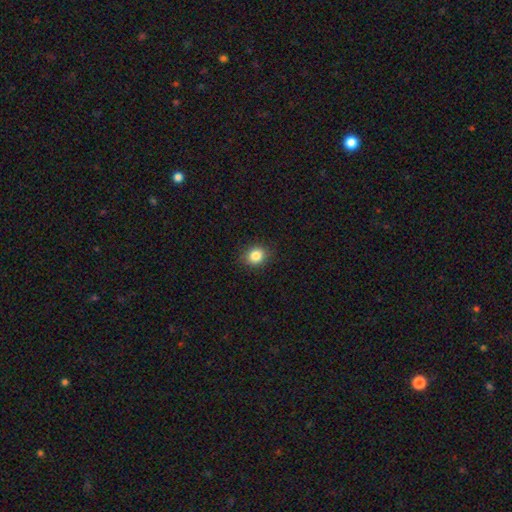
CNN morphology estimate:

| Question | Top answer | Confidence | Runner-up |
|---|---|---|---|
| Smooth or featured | smooth | 85% | star or artifact (10%) |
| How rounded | round | 66% | in between (33%) |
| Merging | none | 88% | minor disturbance (9%) |